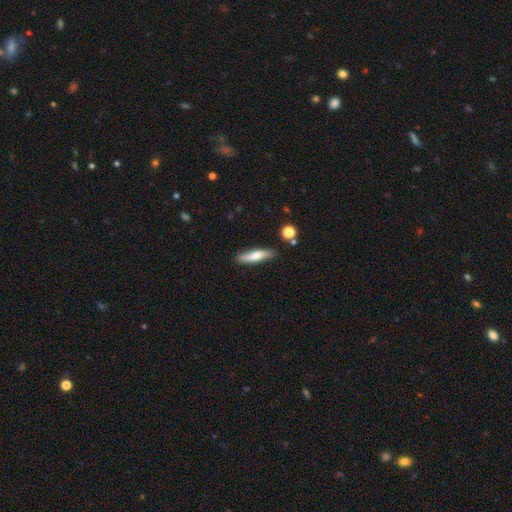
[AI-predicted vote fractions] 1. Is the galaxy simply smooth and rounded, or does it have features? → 68% smooth, 26% featured or disk, 7% star or artifact.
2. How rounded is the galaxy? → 75% cigar-shaped, 23% in between, 2% round.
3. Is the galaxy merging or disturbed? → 82% none, 12% minor disturbance, 3% merger, 2% major disturbance.